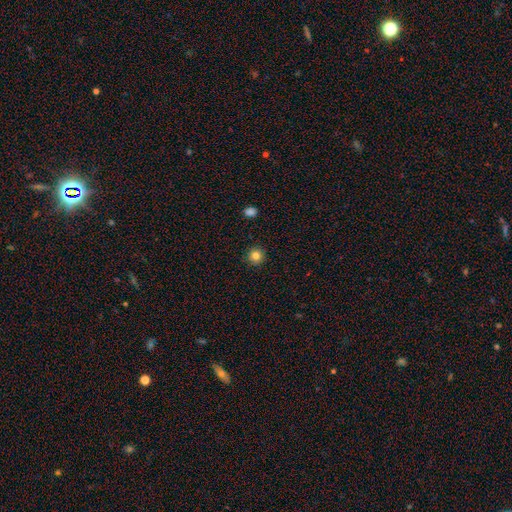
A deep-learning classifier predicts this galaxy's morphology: Smooth or featured: smooth — 82% (star or artifact — 12%)
How rounded: round — 94% (in between — 5%)
Merging: none — 92% (minor disturbance — 5%)